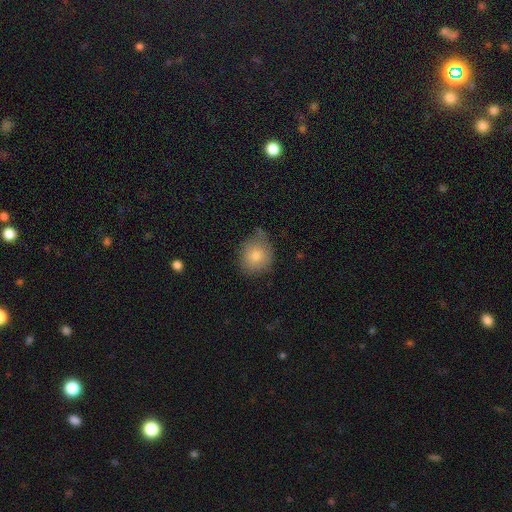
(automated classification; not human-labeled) Smooth or featured? smooth (77%)
How rounded? round (79%)
Merging? none (68%)